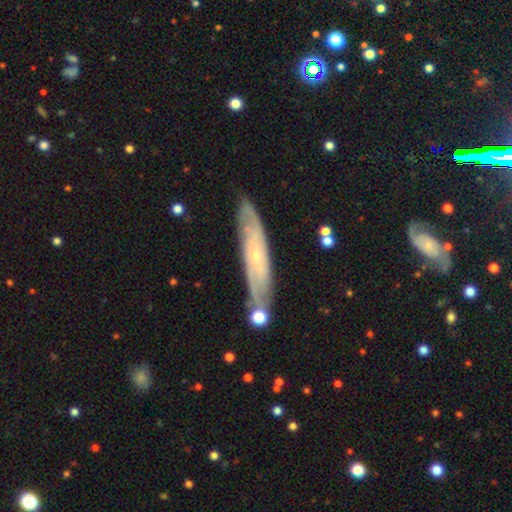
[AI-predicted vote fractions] Smooth or featured? Predicted: featured or disk (p=0.72). Edge-on disk? Predicted: no (p=0.62). Merging? Predicted: none (p=0.78).